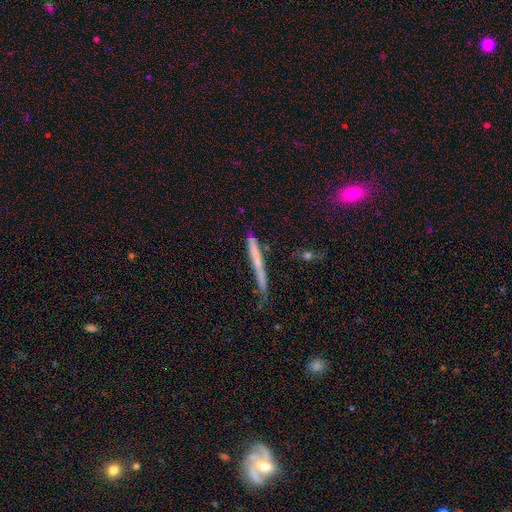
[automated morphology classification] Q: Smooth or featured?
A: featured or disk (48%); runner-up: smooth (42%)
Q: Merging?
A: none (76%); runner-up: minor disturbance (16%)